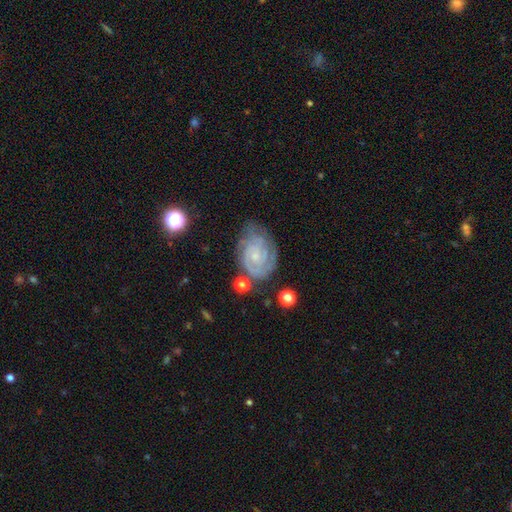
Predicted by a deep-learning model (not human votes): Smooth or featured?
  - featured or disk: 83% *
  - smooth: 10%
  - star or artifact: 7%
Edge-on disk?
  - no: 97% *
  - yes: 3%
Bar?
  - no: 70% *
  - weak: 26%
  - strong: 5%
Spiral arms?
  - yes: 96% *
  - no: 4%
Spiral winding?
  - tight: 74% *
  - medium: 22%
  - loose: 4%
Spiral arm count?
  - 2: 36% *
  - can't tell: 25%
  - 3: 23%
  - 4: 7%
  - 1: 5%
  - more than 4: 4%
Bulge size?
  - small: 75% *
  - moderate: 15%
  - none: 7%
  - large: 1%
  - dominant: 1%
Merging?
  - none: 66% *
  - minor disturbance: 23%
  - major disturbance: 8%
  - merger: 3%